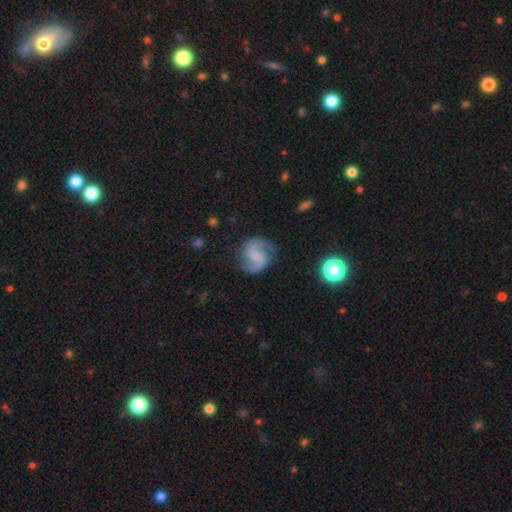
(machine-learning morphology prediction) smooth-or-featured: featured or disk: 83% | smooth: 11% | star or artifact: 6%
  disk-edge-on: no: 98% | yes: 2%
    bar: weak: 43% | no: 41% | strong: 15%
    has-spiral-arms: yes: 97% | no: 3%
      spiral-winding: medium: 53% | loose: 30% | tight: 17%
      spiral-arm-count: 2: 92% | can't tell: 3% | 1: 2% | 3: 1% | 4: 1% | more than 4: 1%
    bulge-size: none: 53% | small: 25% | moderate: 15% | large: 5% | dominant: 2%
  merging: none: 77% | minor disturbance: 15% | major disturbance: 7% | merger: 2%